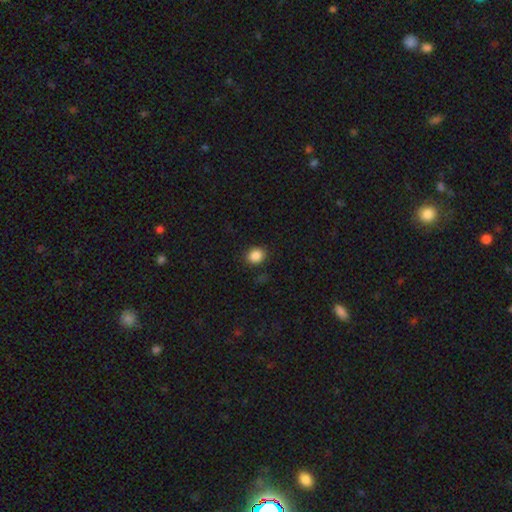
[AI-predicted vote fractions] A smooth galaxy with no disk features (87%) that is round (73%).

Vote fractions:
- Smooth or featured? smooth: 87% / star or artifact: 10% / featured or disk: 3%
- How rounded? round: 73% / in between: 26% / cigar-shaped: 1%
- Merging? none: 88% / minor disturbance: 8% / major disturbance: 2% / merger: 1%